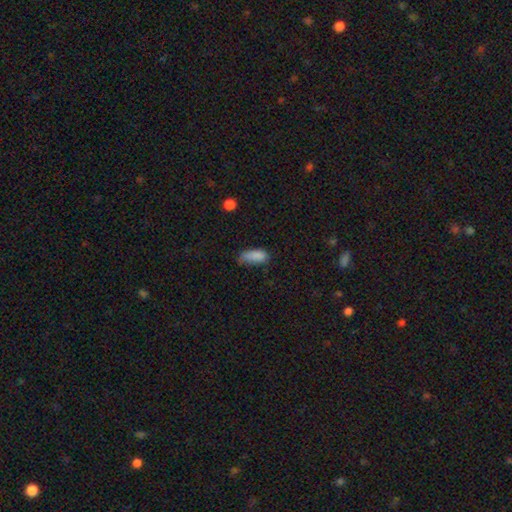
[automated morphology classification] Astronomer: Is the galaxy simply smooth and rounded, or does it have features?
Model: smooth — 85%.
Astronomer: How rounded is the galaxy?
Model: in between — 83%.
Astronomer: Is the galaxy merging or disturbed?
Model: none — 44% (runner-up: minor disturbance, 39%).